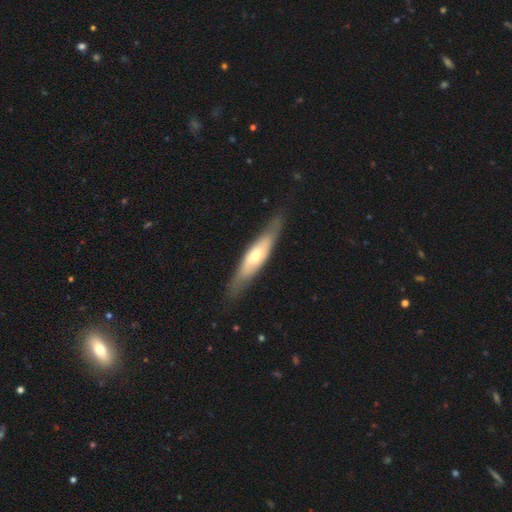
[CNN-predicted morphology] Smooth or featured? Predicted: featured or disk (p=0.53). Edge-on disk? Predicted: yes (p=0.69). Merging? Predicted: none (p=0.82).